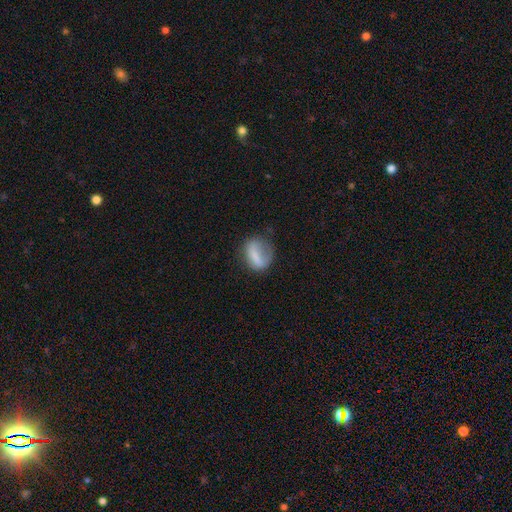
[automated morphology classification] This appears to be a smooth galaxy with no disk features (67%) that is in between round and cigar-shaped (55%). Merging: none (45%).